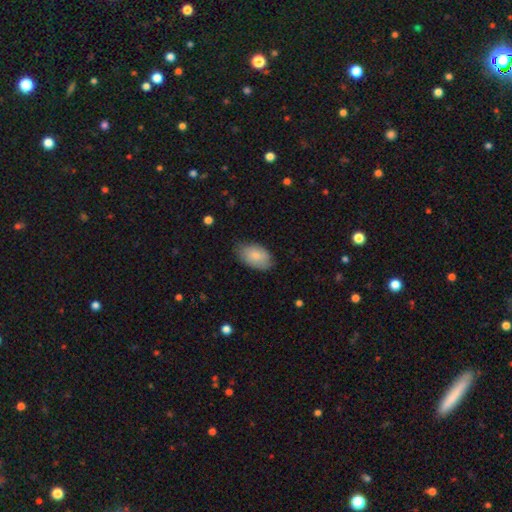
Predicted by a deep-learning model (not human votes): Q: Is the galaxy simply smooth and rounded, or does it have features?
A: smooth — 80%.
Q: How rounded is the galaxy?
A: in between — 92%.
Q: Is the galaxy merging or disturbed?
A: none — 73%.